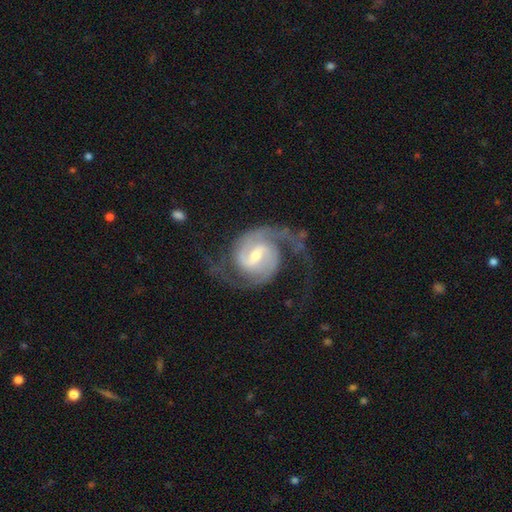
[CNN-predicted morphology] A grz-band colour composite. It shows a featured or disk galaxy (92%) with a weak bar (55%), 2 (85%) medium (51%) spiral arms (98%) and a moderate central bulge (49%). Merging: none (64%).